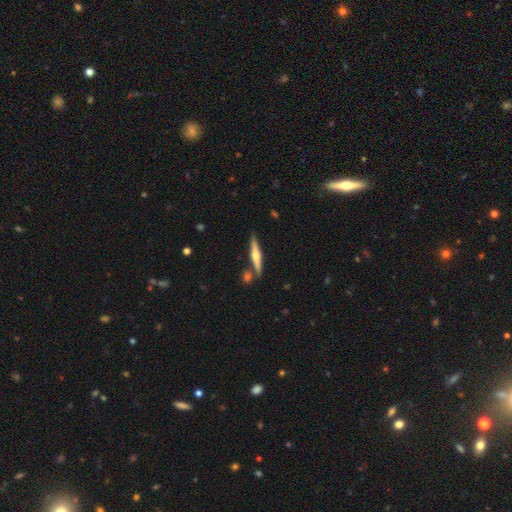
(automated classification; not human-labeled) Morphology: type=featured or disk (63%); edge-on=yes (97%); edge-on bulge=rounded (87%); merging=none (80%).